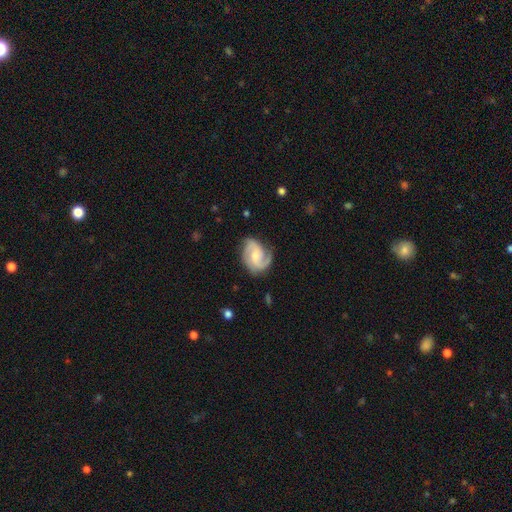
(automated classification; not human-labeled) The model was most divided on "bulge size": small: 47%, moderate: 46%, none: 4%, large: 3%, dominant: 1%. Remaining: edge-on disk — no (98%); spiral arms — yes (97%); smooth or featured — featured or disk (85%); merging — none (71%); spiral arm count — 2 (66%); spiral winding — medium (51%); bar — no (49%).